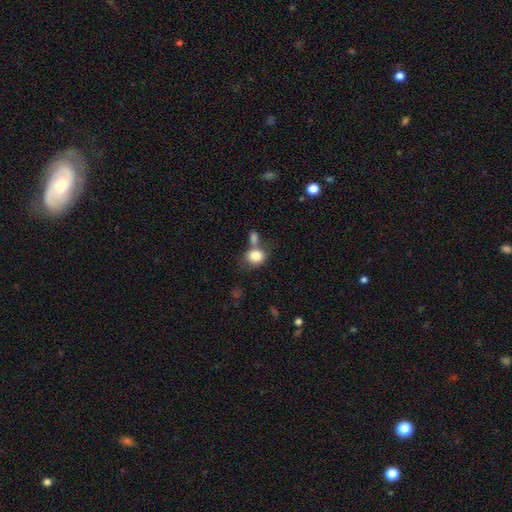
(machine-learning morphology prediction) This appears to be a smooth galaxy with no disk features (83%) that is round (54%). Merging: none (45%).